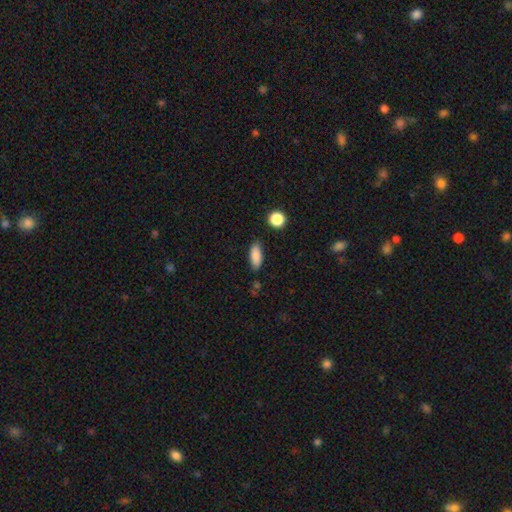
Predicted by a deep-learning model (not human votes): smooth_or_featured: smooth (p=0.86) [alt: star or artifact p=0.08]
how_rounded: in between (p=0.76) [alt: cigar-shaped p=0.21]
merging: none (p=0.83) [alt: minor disturbance p=0.12]